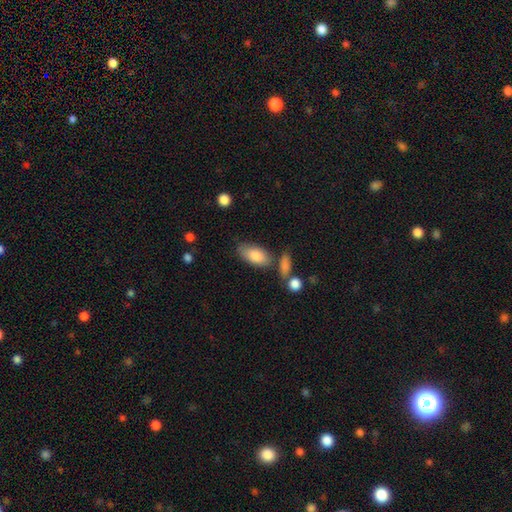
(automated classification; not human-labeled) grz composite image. It shows a smooth galaxy with no disk features (82%) that is in between round and cigar-shaped (90%). Merging: none (69%).